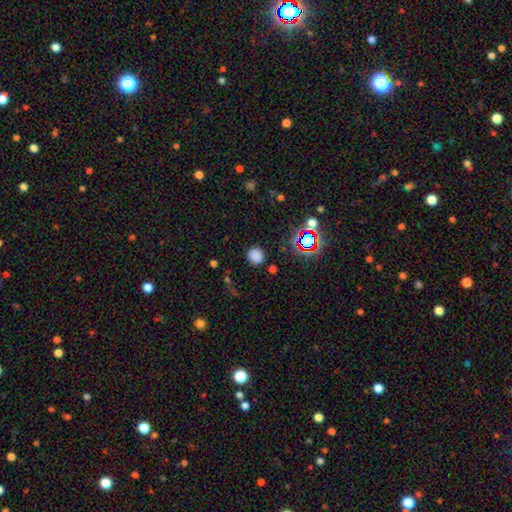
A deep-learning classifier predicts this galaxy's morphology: Smooth or featured: smooth — 75% (star or artifact — 19%)
How rounded: round — 87% (in between — 12%)
Merging: none — 86% (minor disturbance — 9%)